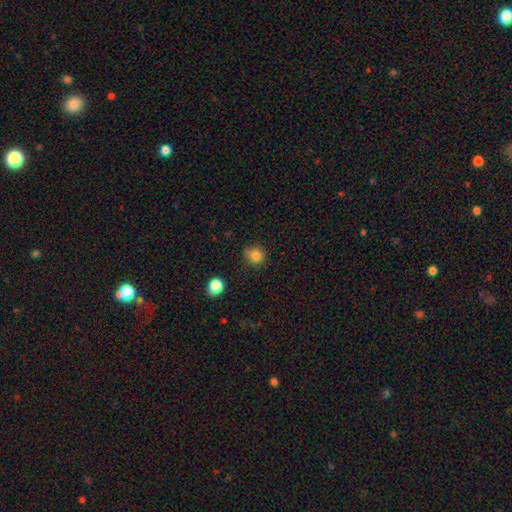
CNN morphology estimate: smooth_or_featured: smooth (p=0.83) [alt: star or artifact p=0.12]
how_rounded: round (p=0.86) [alt: in between p=0.13]
merging: none (p=0.71) [alt: minor disturbance p=0.21]